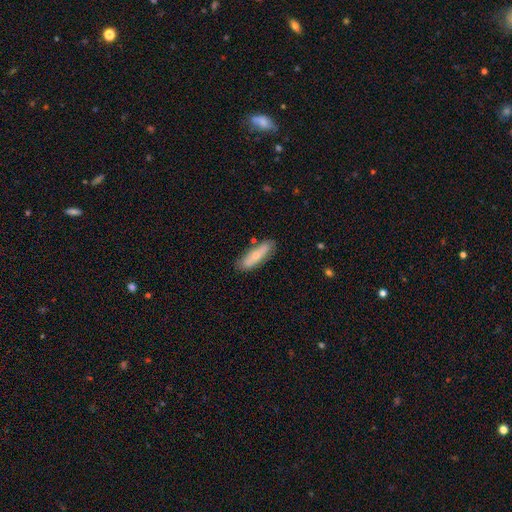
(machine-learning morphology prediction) The model was most divided on "how rounded": cigar-shaped: 56%, in between: 42%, round: 2%. More confident: merging — none (80%); smooth or featured — smooth (59%).